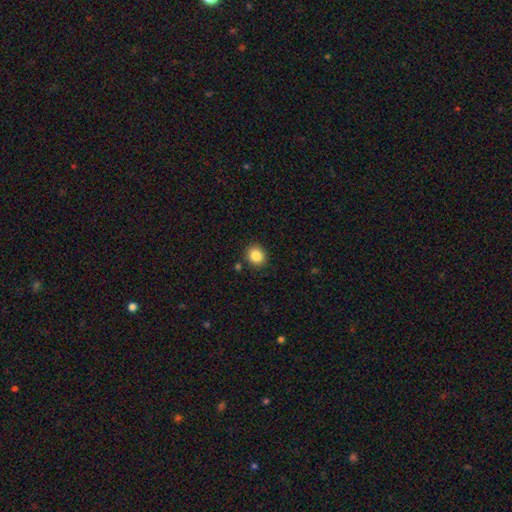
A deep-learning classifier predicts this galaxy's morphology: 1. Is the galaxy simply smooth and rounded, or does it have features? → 85% smooth, 10% star or artifact, 5% featured or disk.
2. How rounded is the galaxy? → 76% round, 23% in between, 1% cigar-shaped.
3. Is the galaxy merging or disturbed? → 88% none, 7% minor disturbance, 2% merger, 2% major disturbance.